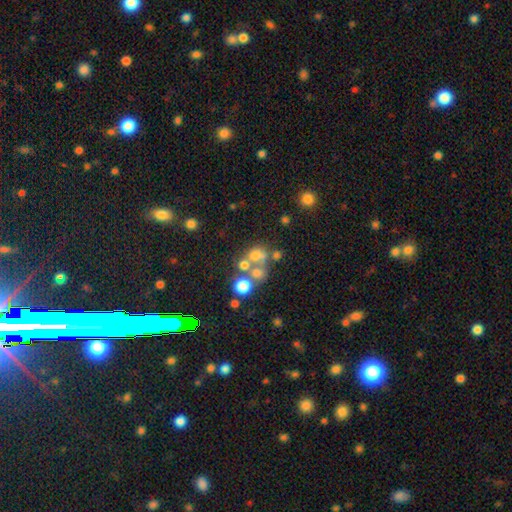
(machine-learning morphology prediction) Smooth or featured: smooth — 55% (featured or disk — 24%)
How rounded: round — 70% (in between — 29%)
Merging: merger — 41% (none — 38%)